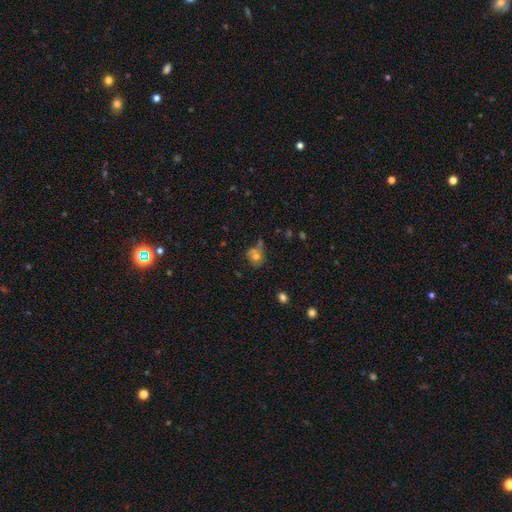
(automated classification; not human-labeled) The model was most divided on "merging": none: 44%, merger: 22%, minor disturbance: 21%, major disturbance: 13%. More confident: how rounded — round (69%); smooth or featured — smooth (65%).